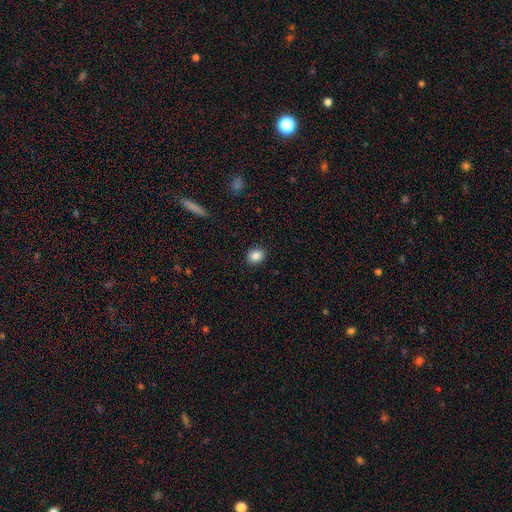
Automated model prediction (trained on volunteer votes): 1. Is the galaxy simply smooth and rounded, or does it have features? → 88% smooth, 9% star or artifact, 3% featured or disk.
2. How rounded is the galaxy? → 50% round, 49% in between, 1% cigar-shaped.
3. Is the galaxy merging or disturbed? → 90% none, 7% minor disturbance, 2% major disturbance, 1% merger.